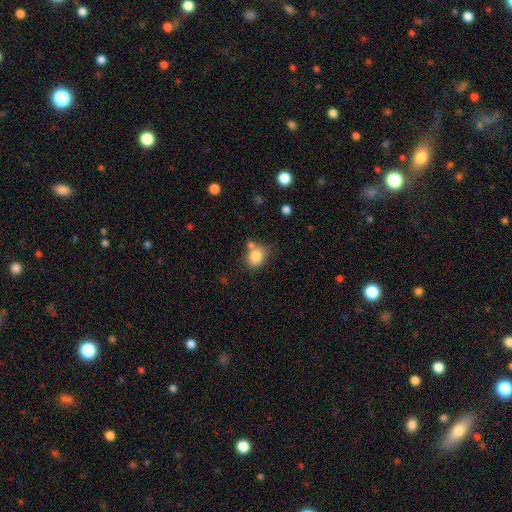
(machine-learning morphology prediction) Smooth or featured: smooth — 82% (star or artifact — 9%)
How rounded: round — 50% (in between — 49%)
Merging: none — 57% (merger — 19%)